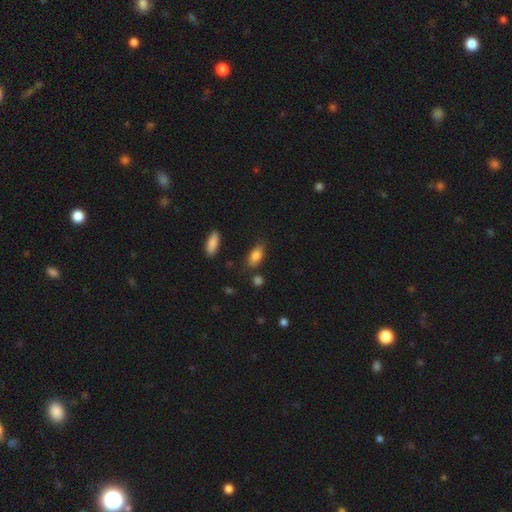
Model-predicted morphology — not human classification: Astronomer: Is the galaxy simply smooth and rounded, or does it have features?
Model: smooth — 83%.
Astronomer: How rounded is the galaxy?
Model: in between — 86%.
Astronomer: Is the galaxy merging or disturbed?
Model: none — 75%.